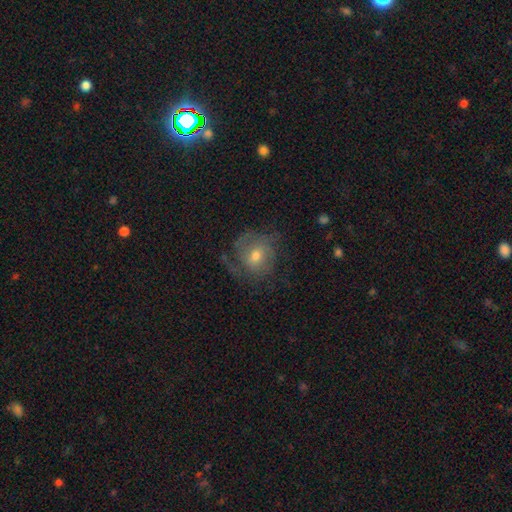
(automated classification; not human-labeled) This is possibly a featured or disk galaxy (56%). It is clearly not viewed edge-on (97%). Bar: likely no (67%). Spiral arm pattern: likely yes (77%). Central bulge: likely moderate (60%). Merging: possibly none (59%).